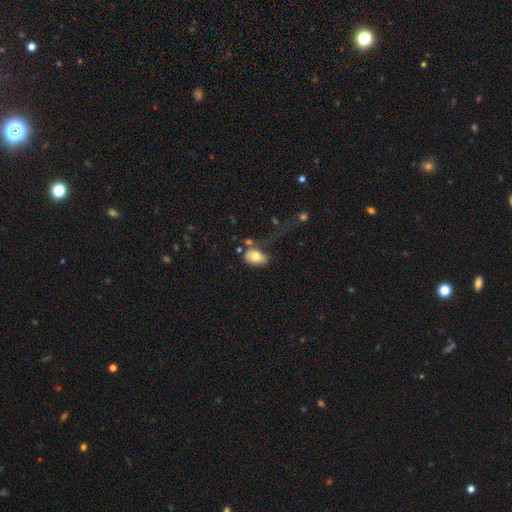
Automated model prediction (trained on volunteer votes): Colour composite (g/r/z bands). It shows a smooth galaxy with no disk features (74%) that is in between round and cigar-shaped (87%). Merging: none (34%).